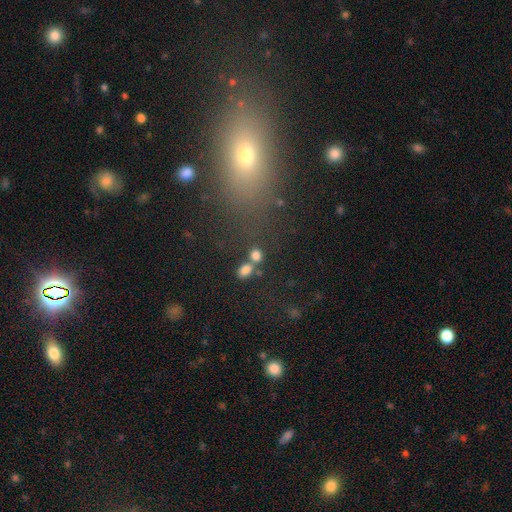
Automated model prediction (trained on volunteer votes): A smooth galaxy with no disk features (79%) that is in between round and cigar-shaped (61%).

Vote fractions:
- Smooth or featured? smooth: 79% / star or artifact: 13% / featured or disk: 8%
- How rounded? in between: 61% / round: 37% / cigar-shaped: 2%
- Merging? none: 52% / merger: 32% / minor disturbance: 10% / major disturbance: 6%